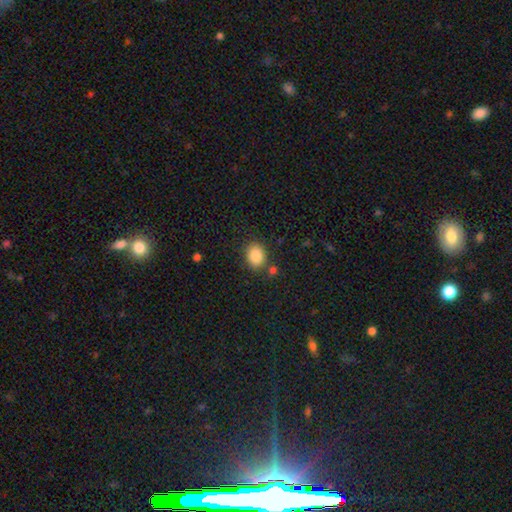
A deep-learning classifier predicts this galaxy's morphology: smooth_or_featured: smooth (p=0.87) [alt: star or artifact p=0.09]
how_rounded: in between (p=0.52) [alt: round p=0.47]
merging: none (p=0.81) [alt: minor disturbance p=0.11]